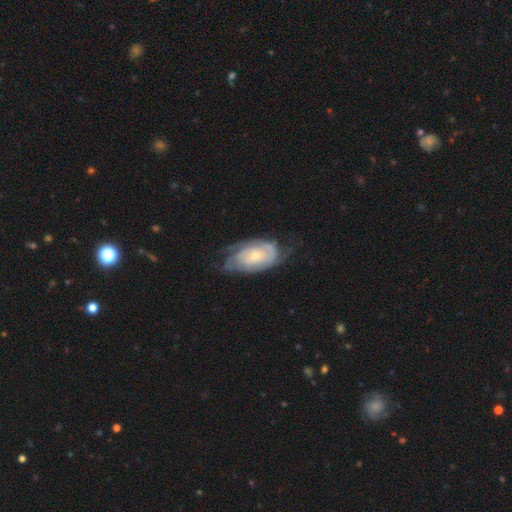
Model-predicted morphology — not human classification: smooth-or-featured: featured or disk: 72% | smooth: 23% | star or artifact: 6%
  disk-edge-on: no: 95% | yes: 5%
    bar: no: 79% | weak: 17% | strong: 3%
    has-spiral-arms: yes: 83% | no: 17%
      spiral-winding: tight: 65% | medium: 26% | loose: 10%
      spiral-arm-count: can't tell: 51% | 2: 26% | 3: 10% | 4: 5% | 1: 5% | more than 4: 3%
    bulge-size: small: 54% | moderate: 41% | large: 2% | none: 1% | dominant: 1%
  merging: none: 54% | minor disturbance: 29% | major disturbance: 15% | merger: 2%